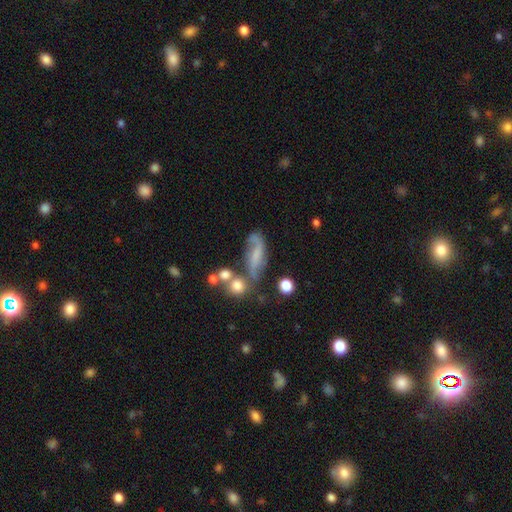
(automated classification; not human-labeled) Q: Smooth or featured?
A: featured or disk (61%); runner-up: smooth (27%)
Q: Edge-on disk?
A: no (87%); runner-up: yes (13%)
Q: Bar?
A: no (44%); runner-up: weak (37%)
Q: Spiral arms?
A: yes (82%); runner-up: no (18%)
Q: Bulge size?
A: none (40%); runner-up: small (35%)
Q: Merging?
A: none (46%); runner-up: minor disturbance (22%)